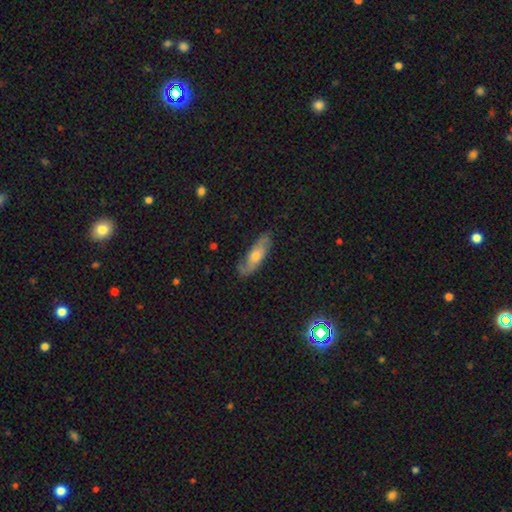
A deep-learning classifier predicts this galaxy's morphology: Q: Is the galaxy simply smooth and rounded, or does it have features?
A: featured or disk — 60%.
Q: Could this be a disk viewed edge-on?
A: no — 78%.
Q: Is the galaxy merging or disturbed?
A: none — 77%.